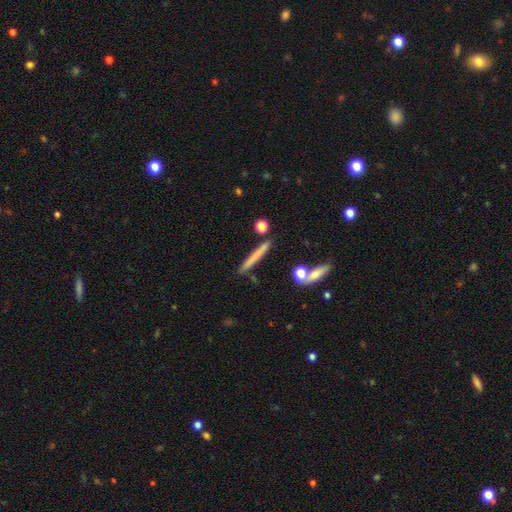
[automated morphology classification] type=smooth (64%); roundness=cigar-shaped (94%); merging=none (84%).